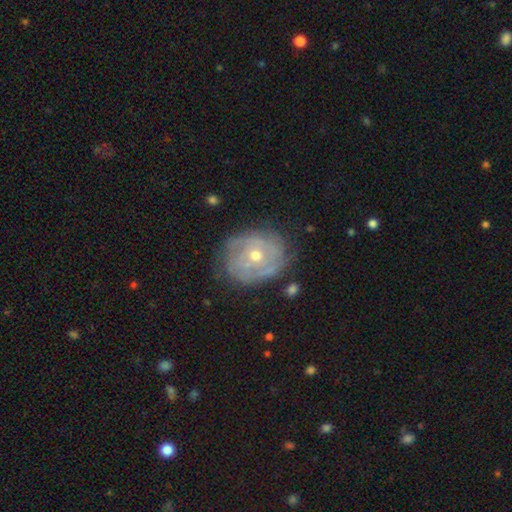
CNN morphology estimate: smooth_or_featured: featured or disk (p=0.78) [alt: smooth p=0.16]
disk_edge_on: no (p=0.97) [alt: yes p=0.03]
bar: no (p=0.79) [alt: weak p=0.17]
has_spiral_arms: yes (p=0.79) [alt: no p=0.21]
spiral_winding: tight (p=0.70) [alt: medium p=0.23]
spiral_arm_count: can't tell (p=0.45) [alt: 2 p=0.21]
bulge_size: moderate (p=0.63) [alt: small p=0.33]
merging: none (p=0.71) [alt: minor disturbance p=0.20]